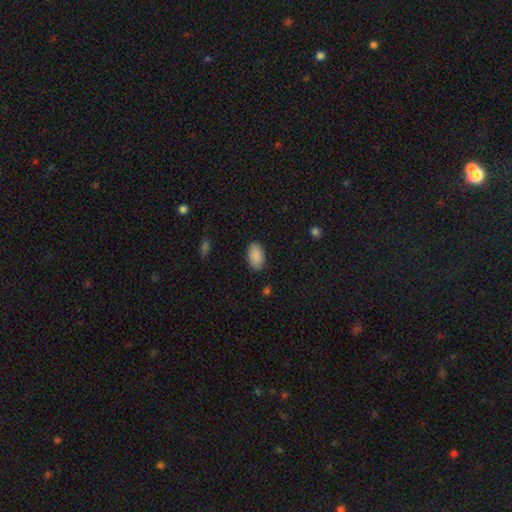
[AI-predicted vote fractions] Smooth or featured? smooth (90%)
How rounded? in between (94%)
Merging? none (88%)